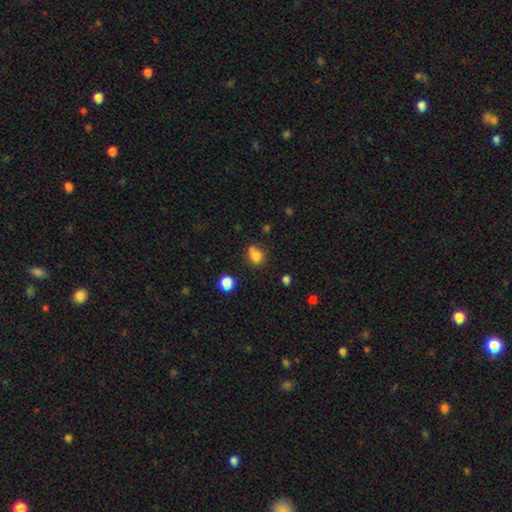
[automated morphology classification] Smooth or featured: smooth — 77% (star or artifact — 14%)
How rounded: round — 69% (in between — 30%)
Merging: none — 48% (merger — 28%)